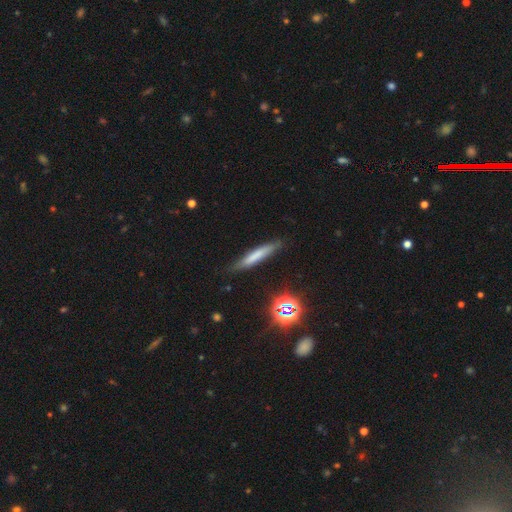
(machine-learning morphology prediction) smooth 65%, featured or disk 24%, star or artifact 11%. Down the decision tree: how rounded — cigar-shaped (91%); merging — none (82%).